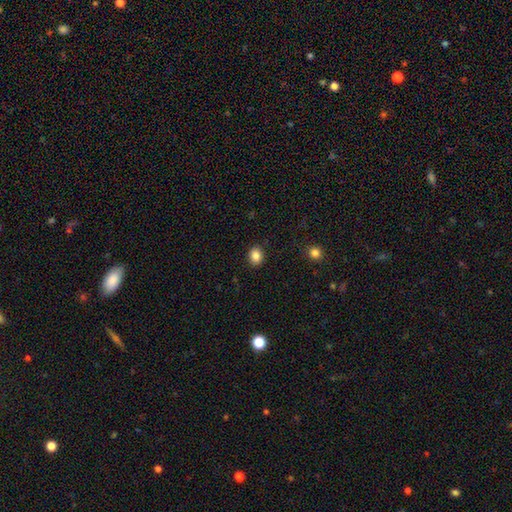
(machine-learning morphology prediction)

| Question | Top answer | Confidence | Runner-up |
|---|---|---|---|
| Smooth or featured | smooth | 85% | star or artifact (10%) |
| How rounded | round | 52% | in between (47%) |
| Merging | none | 90% | minor disturbance (7%) |